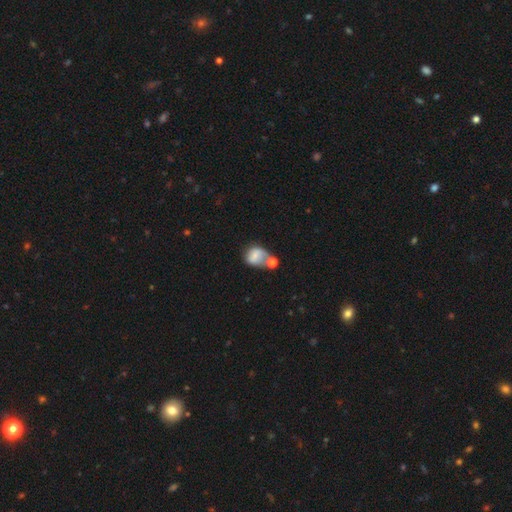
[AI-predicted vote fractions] Smooth or featured? Predicted: smooth (p=0.66). How rounded? Predicted: in between (p=0.51). Merging? Predicted: merger (p=0.38).